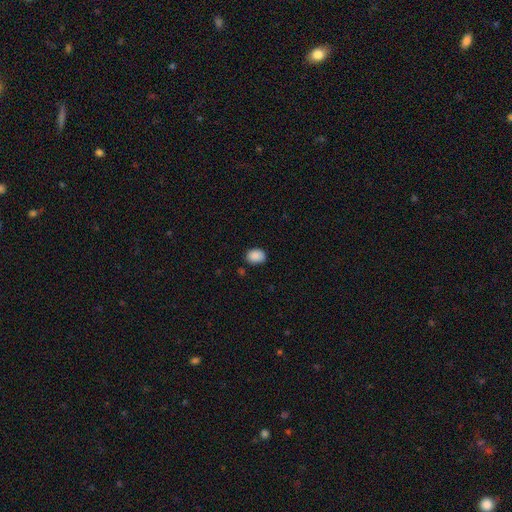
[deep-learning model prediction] The model was most divided on "how rounded": in between: 66%, round: 33%, cigar-shaped: 1%. More confident: smooth or featured — smooth (89%); merging — none (79%).